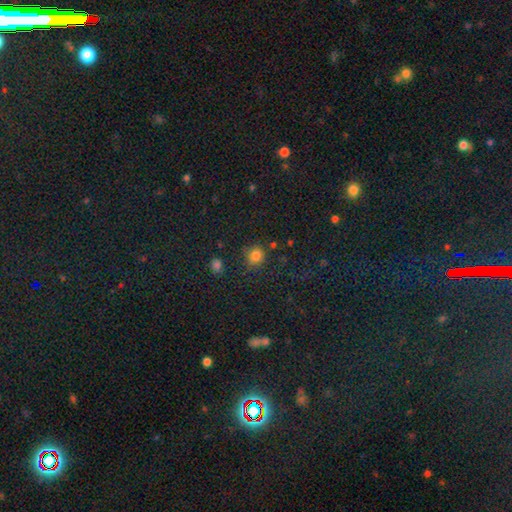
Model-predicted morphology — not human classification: Q: Smooth or featured?
A: smooth (81%); runner-up: star or artifact (14%)
Q: How rounded?
A: round (87%); runner-up: in between (12%)
Q: Merging?
A: none (79%); runner-up: minor disturbance (12%)